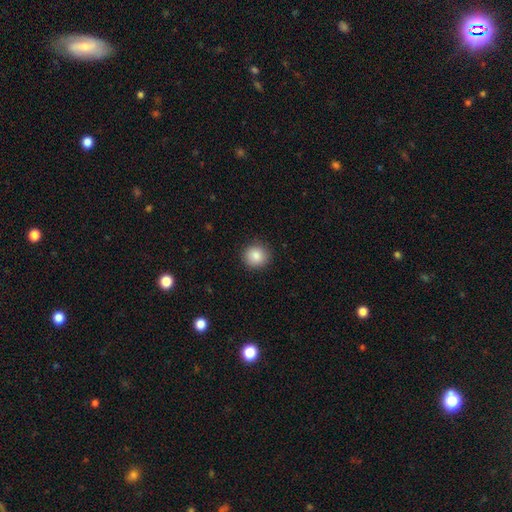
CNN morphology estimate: This appears to be a smooth galaxy with no disk features (87%) that is round (91%). Merging: none (90%).